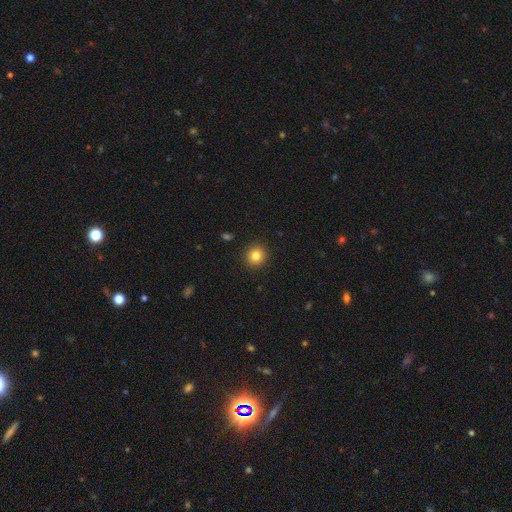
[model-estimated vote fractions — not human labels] Morphology: type=smooth (83%); roundness=round (92%); merging=none (92%).